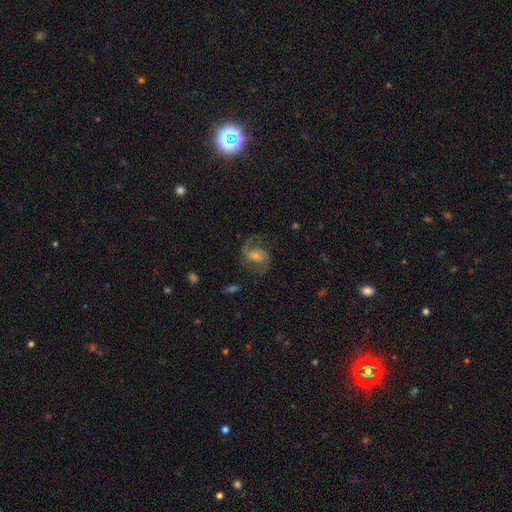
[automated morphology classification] smooth_or_featured: featured or disk (p=0.84) [alt: star or artifact p=0.08]
disk_edge_on: no (p=0.98) [alt: yes p=0.02]
bar: weak (p=0.49) [alt: no p=0.35]
has_spiral_arms: yes (p=0.97) [alt: no p=0.03]
spiral_winding: medium (p=0.59) [alt: loose p=0.25]
spiral_arm_count: 2 (p=0.91) [alt: can't tell p=0.03]
bulge_size: small (p=0.44) [alt: moderate p=0.41]
merging: none (p=0.77) [alt: minor disturbance p=0.13]